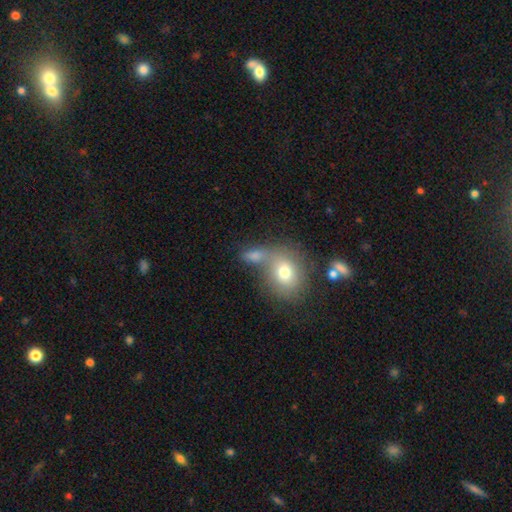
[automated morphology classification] Smooth or featured: smooth — 69% (featured or disk — 16%)
How rounded: in between — 63% (round — 30%)
Merging: merger — 45% (none — 37%)